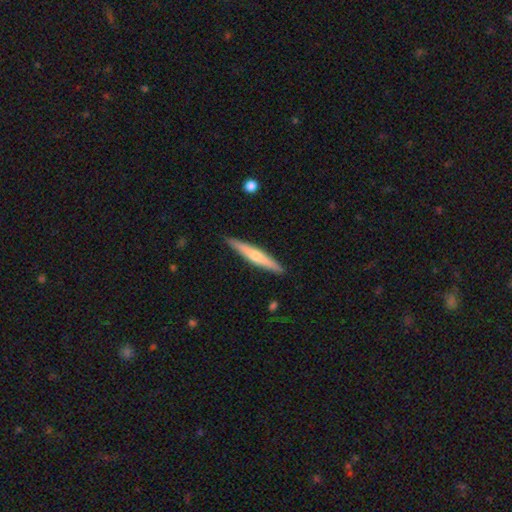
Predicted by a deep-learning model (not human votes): Smooth or featured? featured or disk (54%)
Edge-on disk? yes (96%)
Edge-on bulge? rounded (78%)
Merging? none (91%)